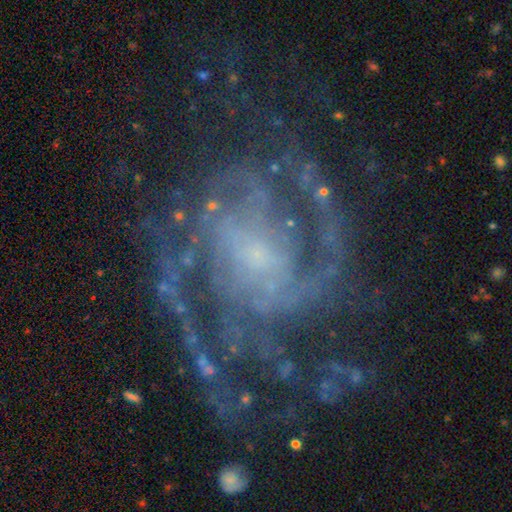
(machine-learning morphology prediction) A featured or disk galaxy (90%) with no bar (46%), 2 (37%) medium (48%) spiral arms (97%) and a small central bulge (61%).

Vote fractions:
- Smooth or featured? featured or disk: 90% / star or artifact: 6% / smooth: 3%
- Edge-on disk? no: 98% / yes: 2%
- Bar? no: 46% / weak: 39% / strong: 14%
- Spiral arms? yes: 97% / no: 3%
- Spiral winding? medium: 48% / tight: 41% / loose: 11%
- Spiral arm count? 2: 37% / 3: 21% / can't tell: 16% / 4: 11% / more than 4: 8% / 1: 8%
- Bulge size? small: 61% / moderate: 23% / none: 11% / large: 4% / dominant: 1%
- Merging? none: 67% / minor disturbance: 16% / major disturbance: 15% / merger: 2%